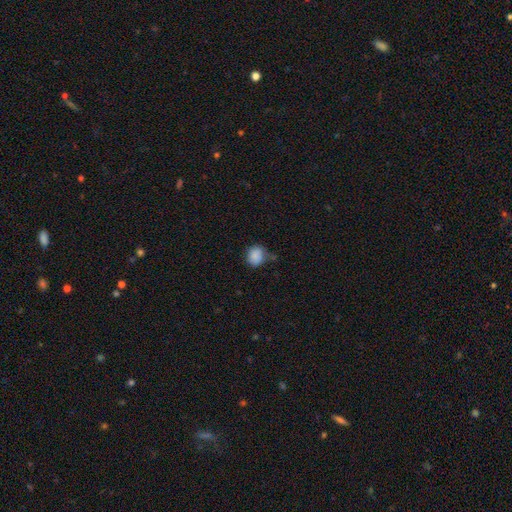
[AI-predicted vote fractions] smooth-or-featured: smooth: 87% | star or artifact: 9% | featured or disk: 4%
  how-rounded: round: 61% | in between: 38% | cigar-shaped: 1%
  merging: none: 62% | minor disturbance: 25% | major disturbance: 6% | merger: 6%